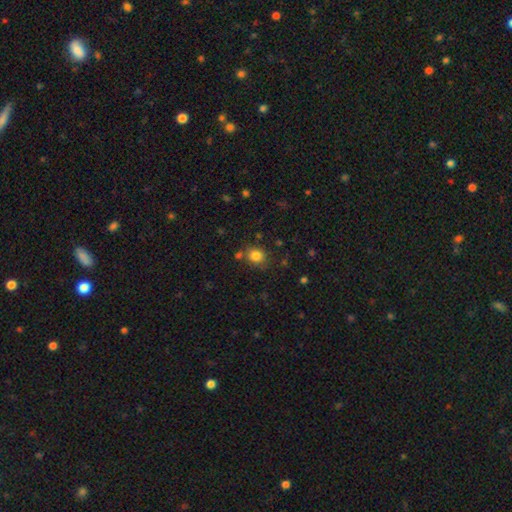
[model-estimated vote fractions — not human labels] smooth 82%, star or artifact 12%, featured or disk 6%. Down the decision tree: how rounded — round (67%); merging — none (73%).